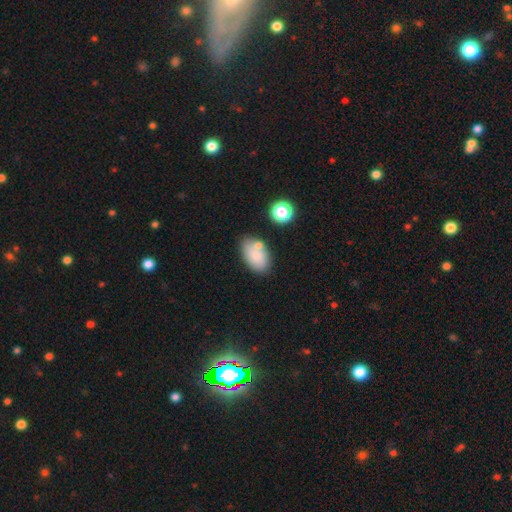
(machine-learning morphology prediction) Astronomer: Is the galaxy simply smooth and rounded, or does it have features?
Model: smooth — 78%.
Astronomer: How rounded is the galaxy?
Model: in between — 91%.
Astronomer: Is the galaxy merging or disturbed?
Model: none — 63%.